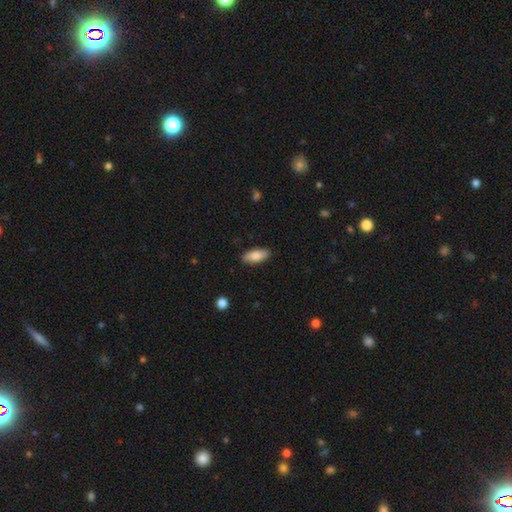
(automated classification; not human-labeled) This is clearly a smooth galaxy (82%). How rounded: clearly in between (86%). Merging: clearly none (88%).